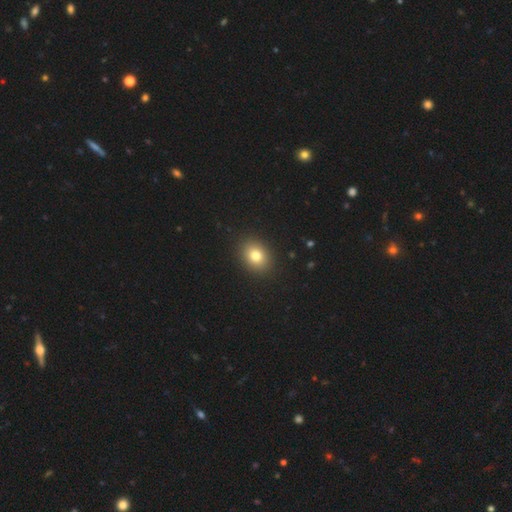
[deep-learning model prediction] Smooth or featured? smooth (80%)
How rounded? in between (54%)
Merging? none (91%)